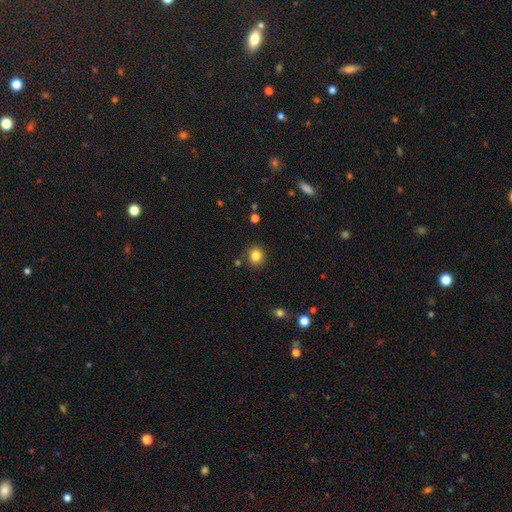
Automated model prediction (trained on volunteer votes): smooth 84%, star or artifact 11%, featured or disk 5%. Down the decision tree: how rounded — round (82%); merging — none (87%).